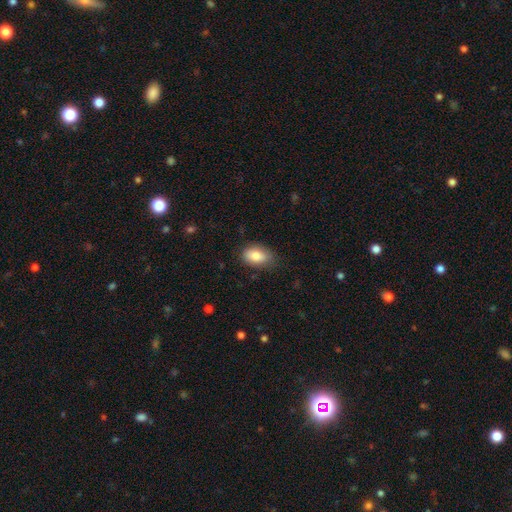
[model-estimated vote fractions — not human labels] The model was most divided on "merging": none: 73%, minor disturbance: 22%, major disturbance: 4%, merger: 1%. More confident: how rounded — in between (89%); smooth or featured — smooth (82%).